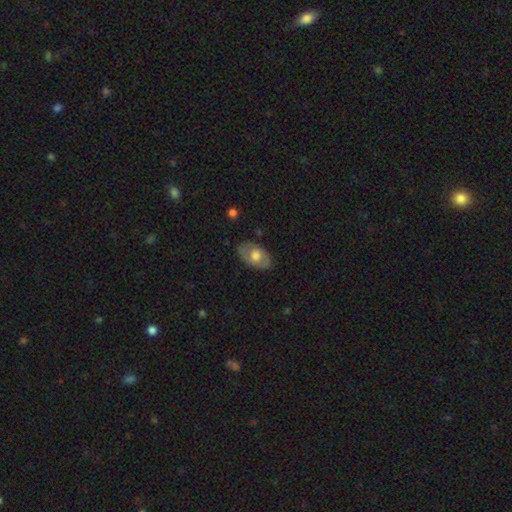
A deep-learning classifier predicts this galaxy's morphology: Smooth or featured: smooth — 53% (featured or disk — 40%)
How rounded: in between — 88% (round — 10%)
Merging: none — 79% (minor disturbance — 16%)